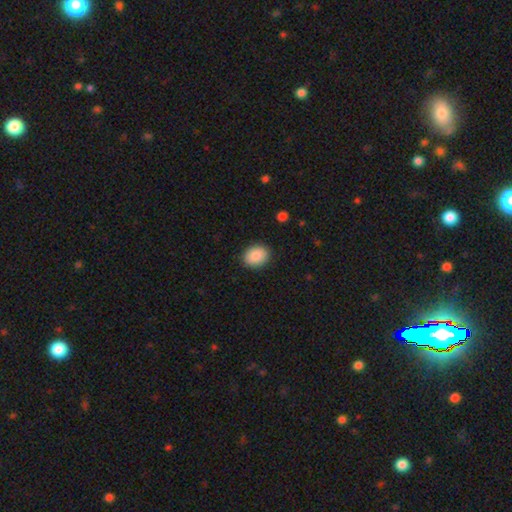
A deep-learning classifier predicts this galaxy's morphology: Overall: smooth (88%). How rounded: in between (59%; round 41%). Merging: none (89%).